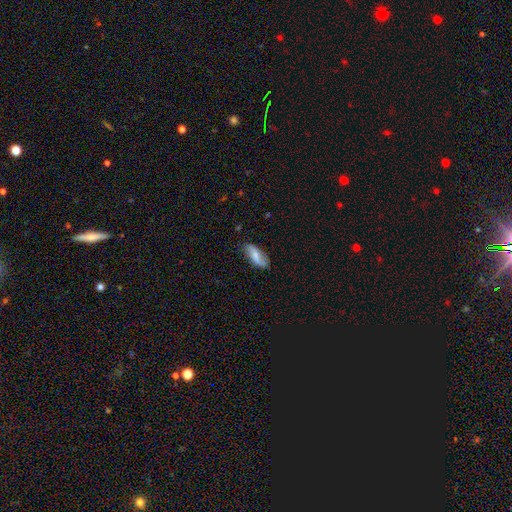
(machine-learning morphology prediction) This is likely a smooth galaxy (63%). How rounded: likely in between (79%). Merging: likely none (75%).